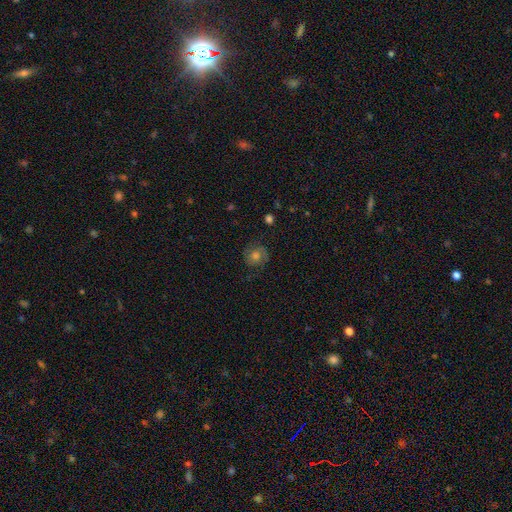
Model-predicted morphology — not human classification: smooth_or_featured: featured or disk (p=0.52) [alt: smooth p=0.33]
disk_edge_on: no (p=0.97) [alt: yes p=0.03]
bar: no (p=0.73) [alt: weak p=0.23]
has_spiral_arms: yes (p=0.88) [alt: no p=0.12]
bulge_size: moderate (p=0.57) [alt: small p=0.21]
merging: none (p=0.76) [alt: minor disturbance p=0.15]